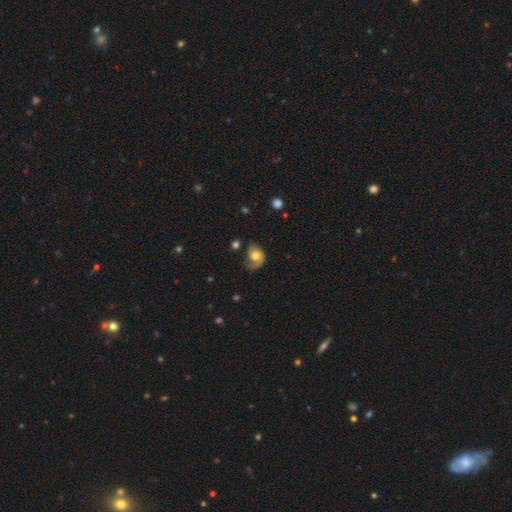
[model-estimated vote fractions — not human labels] This is possibly a featured or disk galaxy (46%). Merging: marginally none (44%).